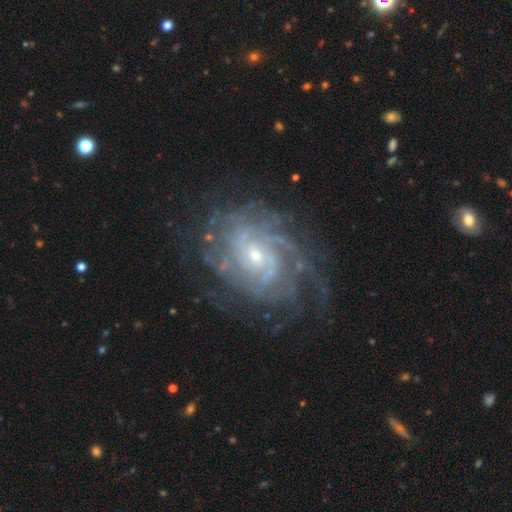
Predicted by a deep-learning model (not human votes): Q: Smooth or featured?
A: featured or disk (88%); runner-up: star or artifact (6%)
Q: Edge-on disk?
A: no (97%); runner-up: yes (3%)
Q: Bar?
A: no (61%); runner-up: weak (31%)
Q: Spiral arms?
A: yes (96%); runner-up: no (4%)
Q: Spiral winding?
A: tight (68%); runner-up: medium (26%)
Q: Spiral arm count?
A: can't tell (34%); runner-up: 4 (16%)
Q: Bulge size?
A: small (69%); runner-up: moderate (27%)
Q: Merging?
A: none (71%); runner-up: minor disturbance (17%)